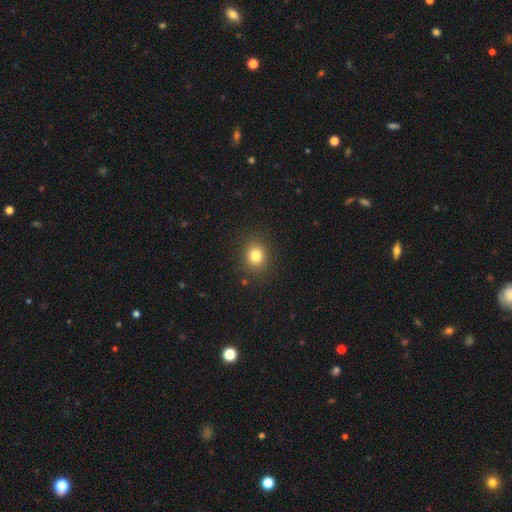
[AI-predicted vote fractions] A smooth galaxy with no disk features (80%) that is round (70%). Merging: none (88%).